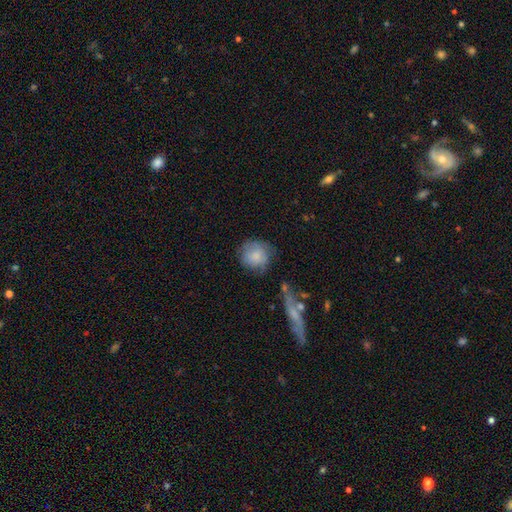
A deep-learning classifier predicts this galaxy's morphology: A smooth galaxy with no disk features (71%) that is round (87%).

Vote fractions:
- Smooth or featured? smooth: 71% / featured or disk: 22% / star or artifact: 7%
- How rounded? round: 87% / in between: 12% / cigar-shaped: 1%
- Merging? none: 61% / minor disturbance: 25% / major disturbance: 10% / merger: 4%